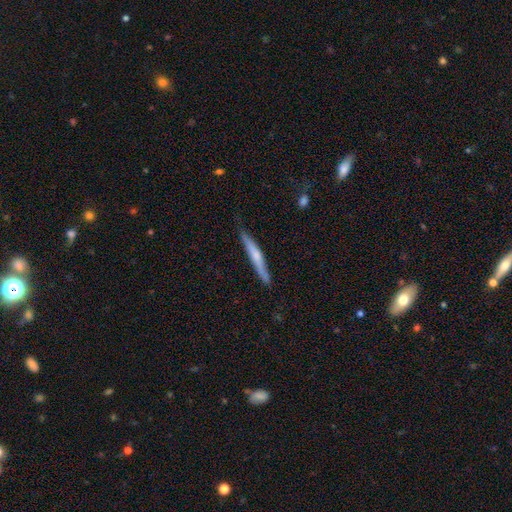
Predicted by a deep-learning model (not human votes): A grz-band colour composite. It shows a smooth galaxy with no disk features (48%). Merging: none (80%).